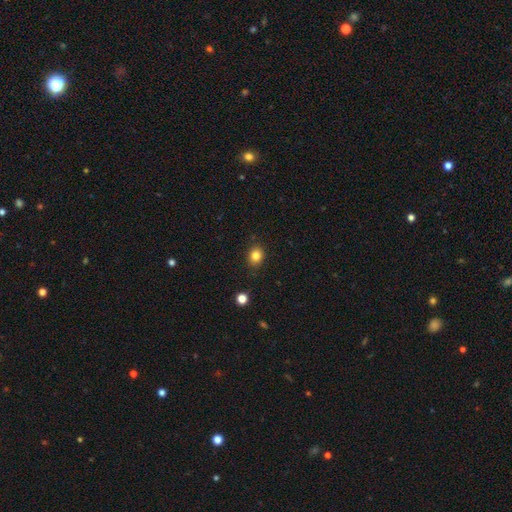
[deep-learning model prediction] Morphology: type=smooth (83%); roundness=round (66%); merging=none (87%).